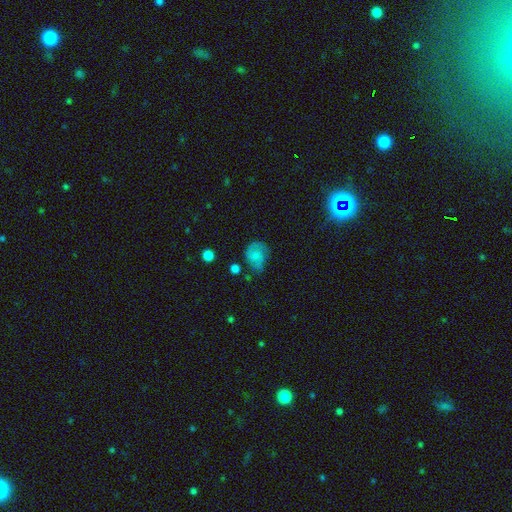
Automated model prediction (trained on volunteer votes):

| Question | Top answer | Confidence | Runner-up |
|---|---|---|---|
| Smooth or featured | smooth | 63% | featured or disk (27%) |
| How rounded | round | 54% | in between (45%) |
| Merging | none | 45% | minor disturbance (33%) |